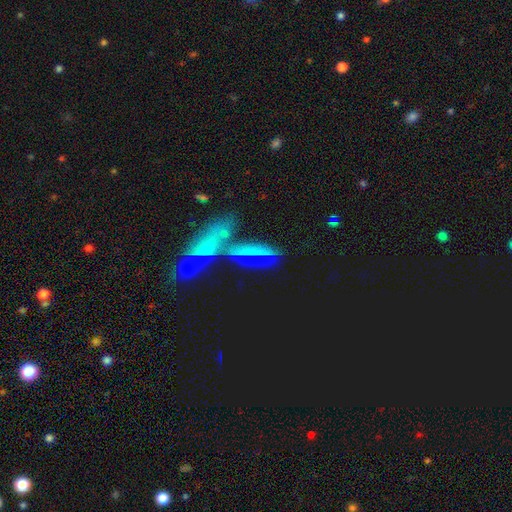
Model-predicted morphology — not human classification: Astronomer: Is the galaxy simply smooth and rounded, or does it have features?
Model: star or artifact — 35% (runner-up: featured or disk, 33%).